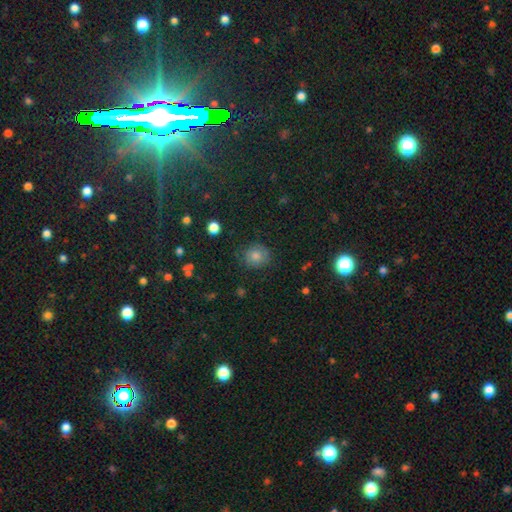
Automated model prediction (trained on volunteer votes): Smooth or featured? smooth (61%)
How rounded? round (82%)
Merging? none (81%)